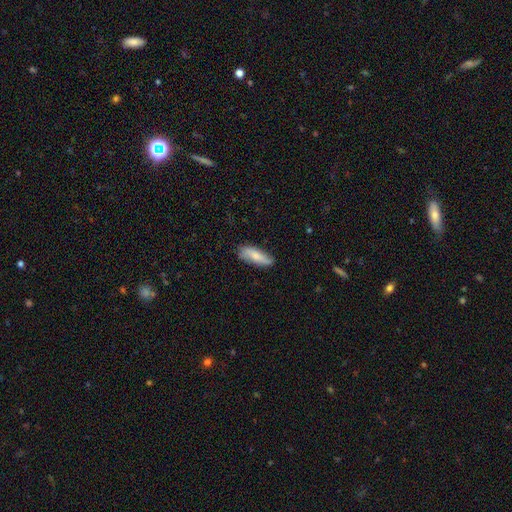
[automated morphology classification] Q: Smooth or featured?
A: smooth (68%); runner-up: featured or disk (26%)
Q: How rounded?
A: in between (55%); runner-up: cigar-shaped (43%)
Q: Merging?
A: none (74%); runner-up: minor disturbance (20%)